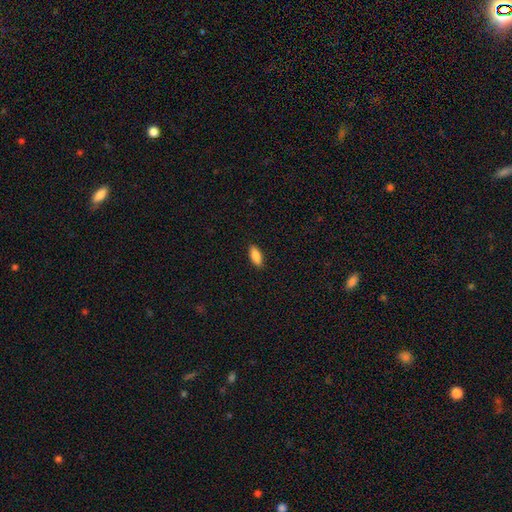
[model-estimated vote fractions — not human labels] Smooth or featured? smooth (86%)
How rounded? in between (82%)
Merging? none (89%)